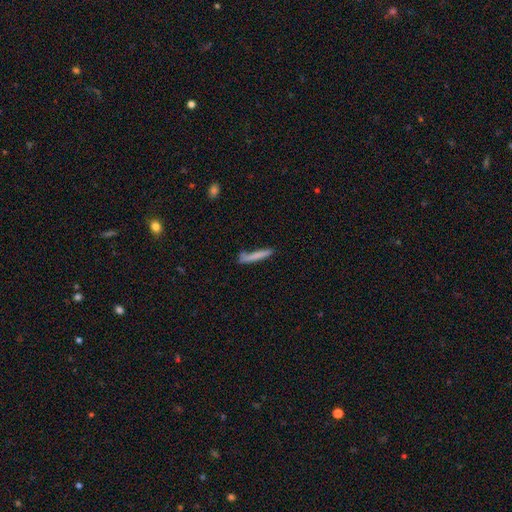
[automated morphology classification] smooth-or-featured: smooth: 74% | featured or disk: 19% | star or artifact: 7%
  how-rounded: cigar-shaped: 94% | in between: 5% | round: 1%
  merging: none: 69% | minor disturbance: 19% | merger: 7% | major disturbance: 5%